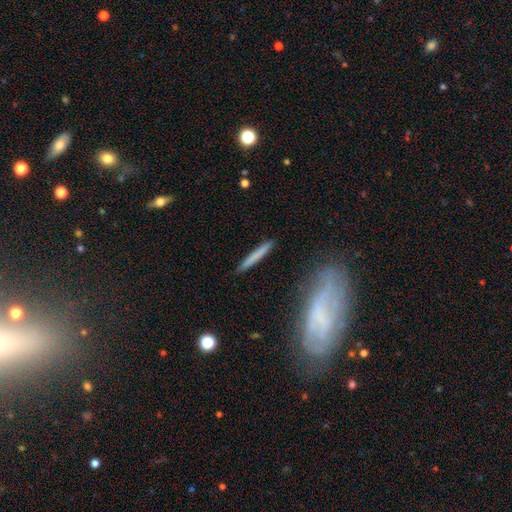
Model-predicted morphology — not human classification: This appears to be a smooth galaxy with no disk features (69%) that is cigar-shaped (95%). Merging: none (86%).